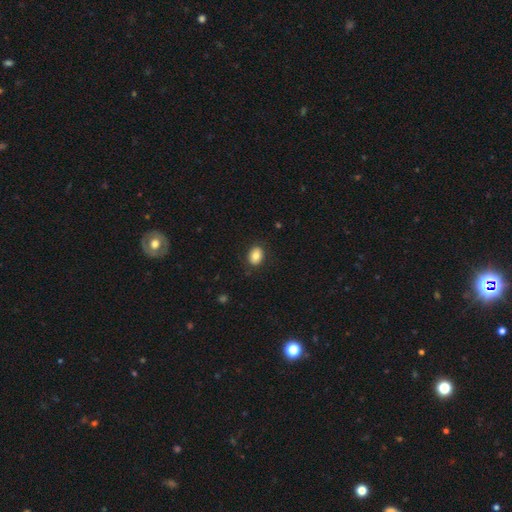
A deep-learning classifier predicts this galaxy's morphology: Smooth or featured? Predicted: smooth (p=0.84). How rounded? Predicted: in between (p=0.71). Merging? Predicted: none (p=0.86).